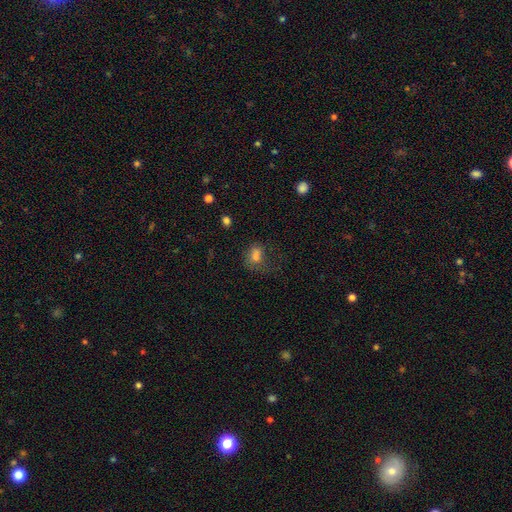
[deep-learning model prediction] Morphology: type=smooth (68%); roundness=in between (60%); merging=major disturbance (34%, tied with none).